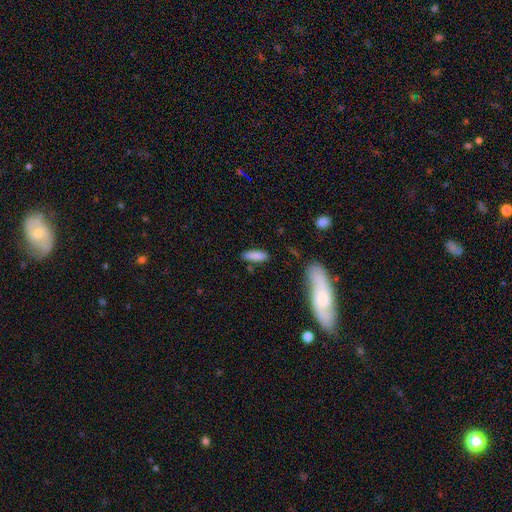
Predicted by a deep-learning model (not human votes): Overall: smooth (86%). How rounded: cigar-shaped (50%; in between 48%). Merging: none (82%).